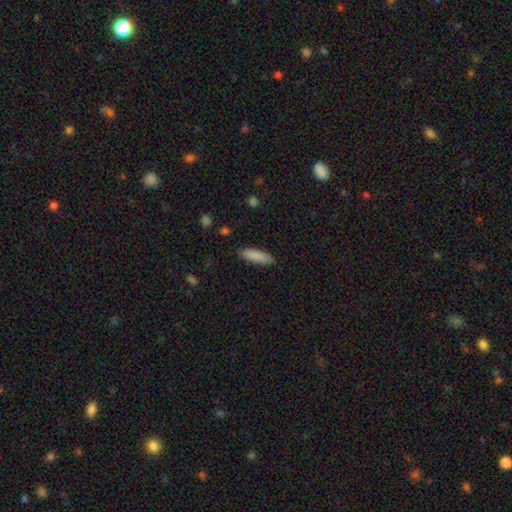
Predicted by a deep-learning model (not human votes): A smooth galaxy with no disk features (87%) that is cigar-shaped (59%).

Vote fractions:
- Smooth or featured? smooth: 87% / featured or disk: 7% / star or artifact: 6%
- How rounded? cigar-shaped: 59% / in between: 39% / round: 1%
- Merging? none: 86% / minor disturbance: 11% / major disturbance: 2% / merger: 1%